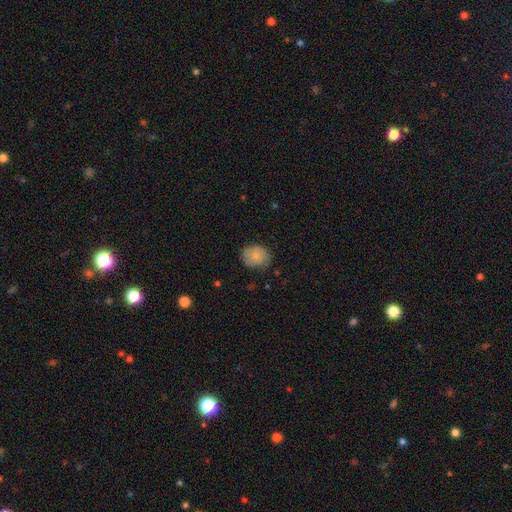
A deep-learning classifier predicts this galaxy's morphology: A smooth galaxy with no disk features (76%) that is round (63%).

Vote fractions:
- Smooth or featured? smooth: 76% / featured or disk: 17% / star or artifact: 7%
- How rounded? round: 63% / in between: 36% / cigar-shaped: 1%
- Merging? none: 72% / minor disturbance: 22% / major disturbance: 5% / merger: 1%